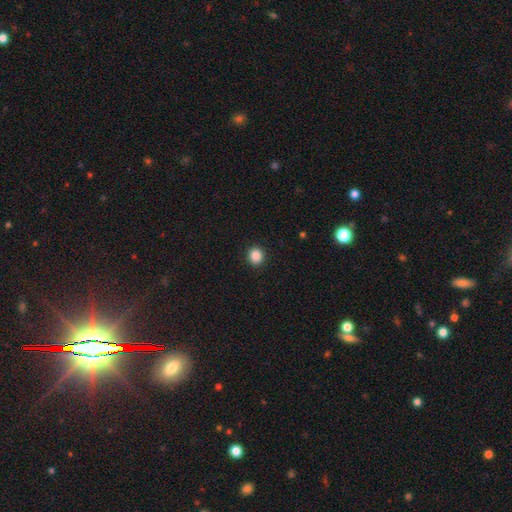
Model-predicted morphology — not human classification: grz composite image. It shows a smooth galaxy with no disk features (88%) that is round (87%). Merging: none (92%).